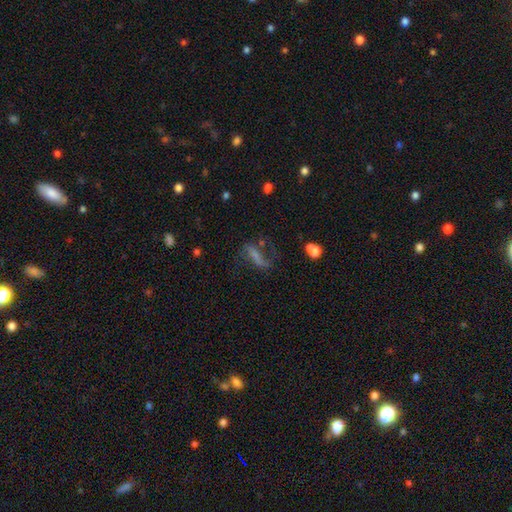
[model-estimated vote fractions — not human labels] This is possibly a featured or disk galaxy (52%). It is clearly not viewed edge-on (86%). Merging: possibly none (51%).